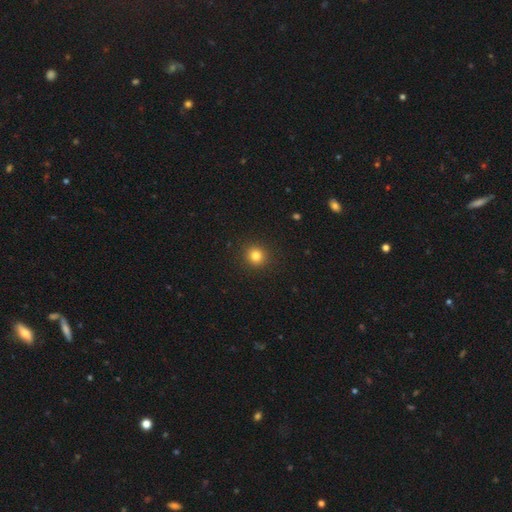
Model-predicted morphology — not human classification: The model was most divided on "smooth or featured": smooth: 82%, star or artifact: 13%, featured or disk: 5%. More confident: how rounded — round (92%); merging — none (92%).